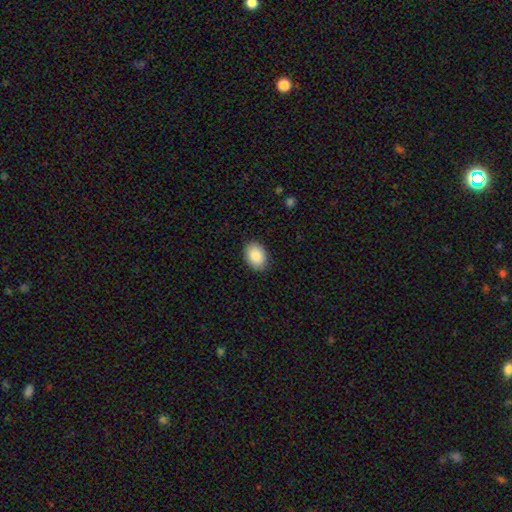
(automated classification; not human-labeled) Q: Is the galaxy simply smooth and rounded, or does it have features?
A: smooth — 88%.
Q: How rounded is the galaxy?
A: in between — 80%.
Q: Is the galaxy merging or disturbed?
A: none — 89%.